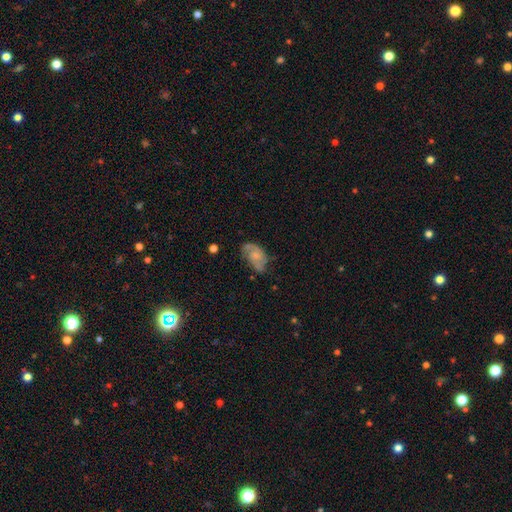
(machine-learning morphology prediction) Smooth or featured? Predicted: featured or disk (p=0.58). Edge-on disk? Predicted: no (p=0.96). Bar? Predicted: no (p=0.70). Spiral arms? Predicted: yes (p=0.84). Bulge size? Predicted: small (p=0.45). Merging? Predicted: none (p=0.53).